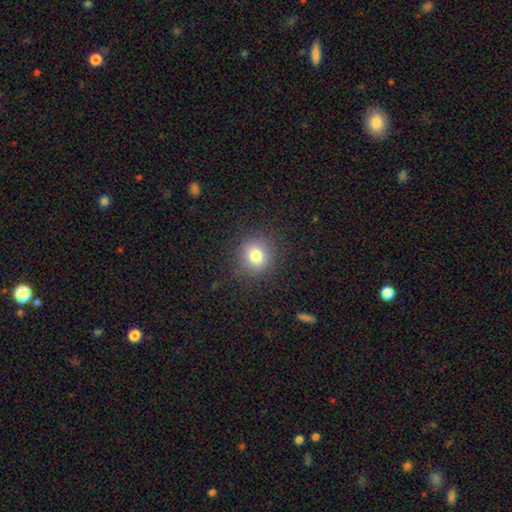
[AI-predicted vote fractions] smooth-or-featured: smooth: 78% | star or artifact: 13% | featured or disk: 9%
  how-rounded: round: 89% | in between: 10% | cigar-shaped: 1%
  merging: none: 88% | minor disturbance: 8% | major disturbance: 3% | merger: 1%